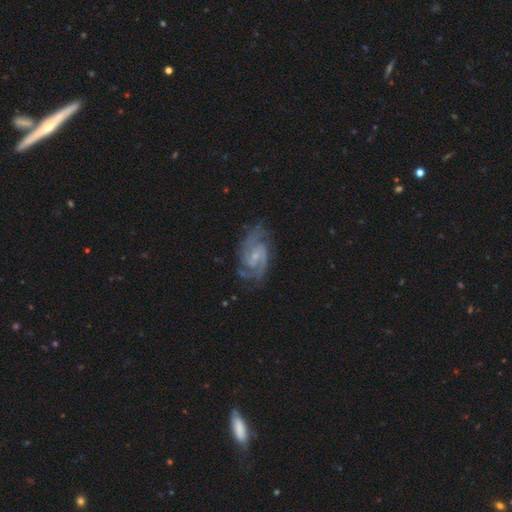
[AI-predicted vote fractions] Overall: featured or disk (89%). Edge-on disk: no (97%). Bar: weak (52%; no 36%). Spiral arms: yes (98%). Spiral arm count: 2 (73%). Spiral winding: medium (52%; tight 37%). Bulge size: small (64%). Merging: none (73%).